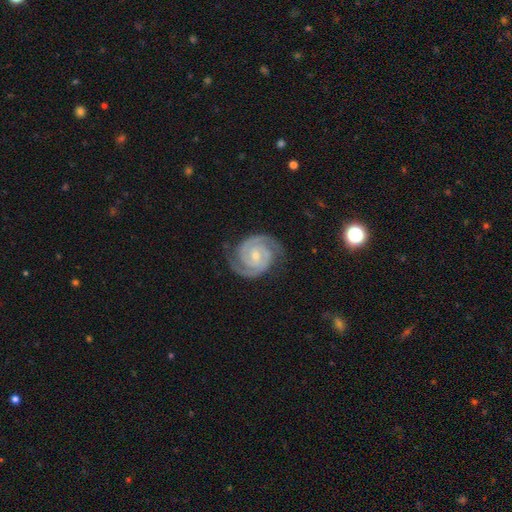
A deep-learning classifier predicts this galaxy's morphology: A featured or disk galaxy (93%) with no bar (55%), 2 (90%) tight (70%) spiral arms (99%) and a small central bulge (63%).

Vote fractions:
- Smooth or featured? featured or disk: 93% / star or artifact: 4% / smooth: 3%
- Edge-on disk? no: 98% / yes: 2%
- Bar? no: 55% / weak: 34% / strong: 12%
- Spiral arms? yes: 99% / no: 1%
- Spiral winding? tight: 70% / medium: 27% / loose: 3%
- Spiral arm count? 2: 90% / 3: 5% / can't tell: 2% / 4: 1% / 1: 1% / more than 4: 1%
- Bulge size? small: 63% / moderate: 33% / none: 2% / large: 1% / dominant: 1%
- Merging? none: 82% / minor disturbance: 13% / major disturbance: 3% / merger: 1%